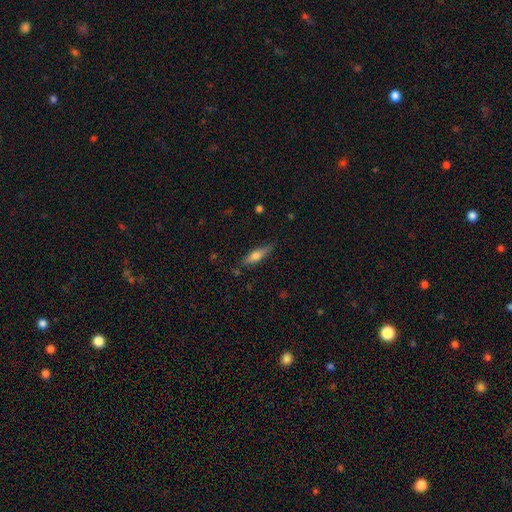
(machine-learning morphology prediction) Smooth or featured? smooth (52%)
How rounded? cigar-shaped (68%)
Merging? none (82%)